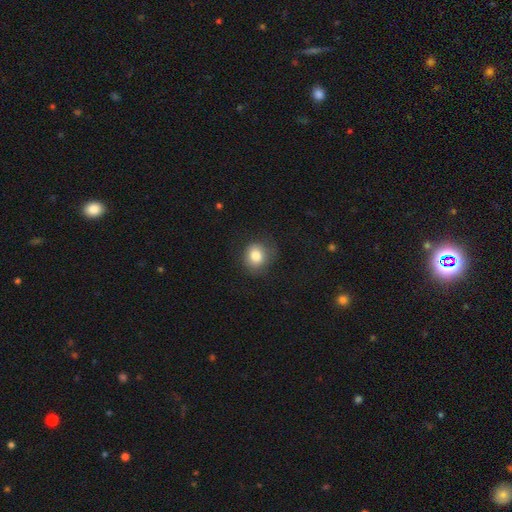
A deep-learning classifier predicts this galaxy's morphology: Smooth or featured?
  - smooth: 82% *
  - star or artifact: 10%
  - featured or disk: 8%
How rounded?
  - round: 75% *
  - in between: 24%
  - cigar-shaped: 1%
Merging?
  - none: 77% *
  - minor disturbance: 16%
  - major disturbance: 6%
  - merger: 1%